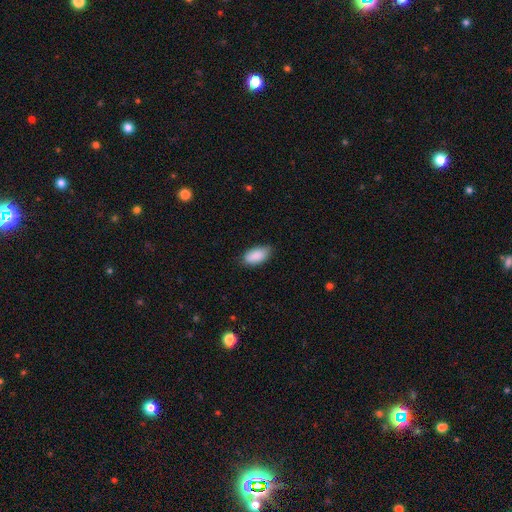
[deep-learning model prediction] This is clearly a smooth galaxy (89%). How rounded: clearly in between (93%). Merging: likely none (76%).